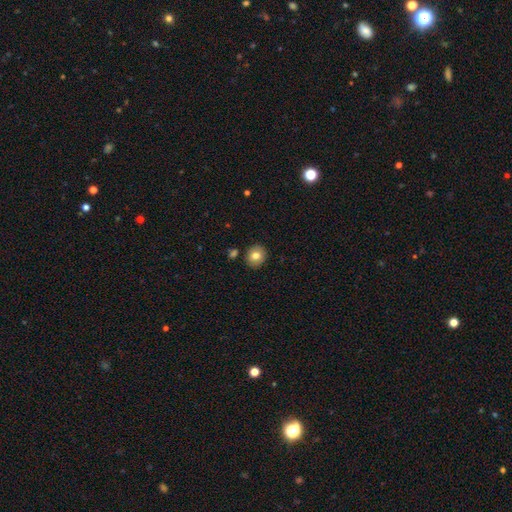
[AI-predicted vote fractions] A smooth galaxy with no disk features (78%) that is round (80%). Merging: none (86%).